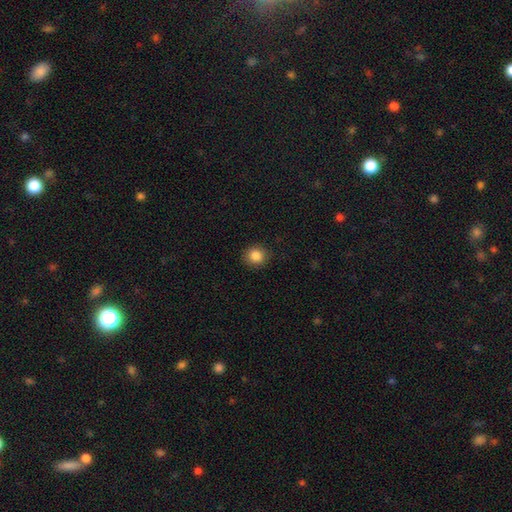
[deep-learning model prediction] smooth-or-featured: smooth: 86% | star or artifact: 10% | featured or disk: 5%
  how-rounded: round: 85% | in between: 15% | cigar-shaped: 1%
  merging: none: 90% | minor disturbance: 7% | major disturbance: 2% | merger: 1%